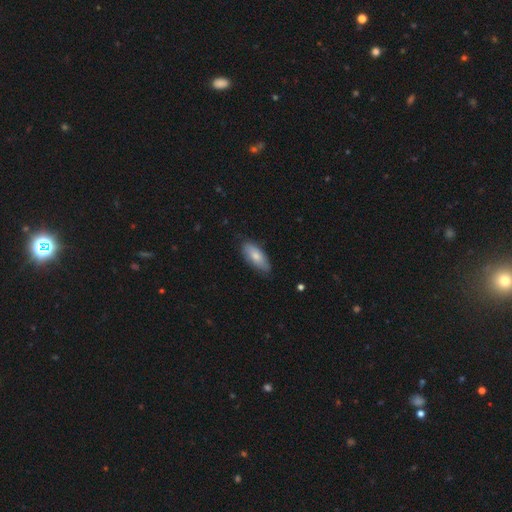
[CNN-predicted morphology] The model was most divided on "smooth or featured": smooth: 72%, featured or disk: 22%, star or artifact: 5%. More confident: how rounded — in between (82%); merging — none (77%).